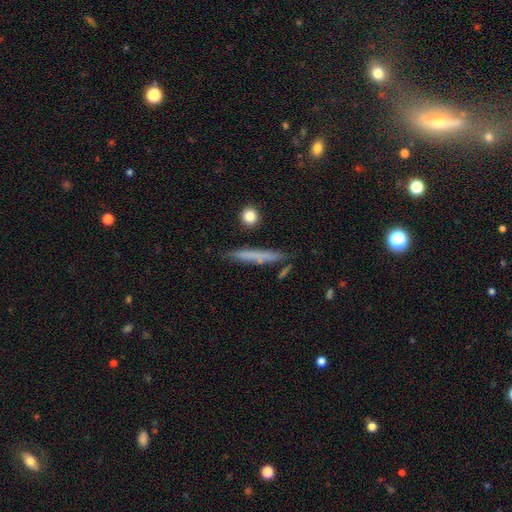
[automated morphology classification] Smooth or featured?
  - smooth: 61% *
  - featured or disk: 31%
  - star or artifact: 8%
How rounded?
  - cigar-shaped: 94% *
  - in between: 4%
  - round: 2%
Merging?
  - none: 82% *
  - minor disturbance: 12%
  - merger: 4%
  - major disturbance: 3%